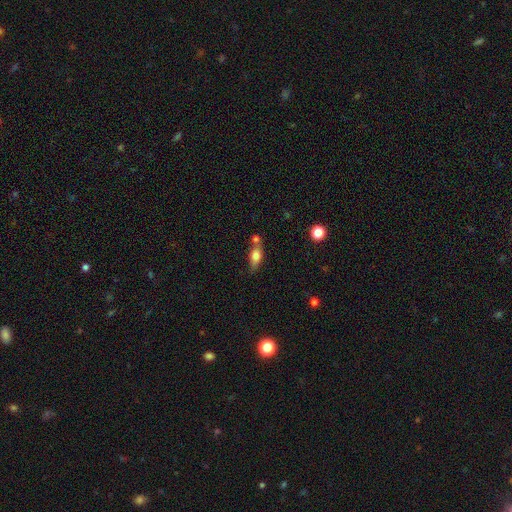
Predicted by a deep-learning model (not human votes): Morphology: type=smooth (72%); roundness=in between (76%); merging=none (49%).